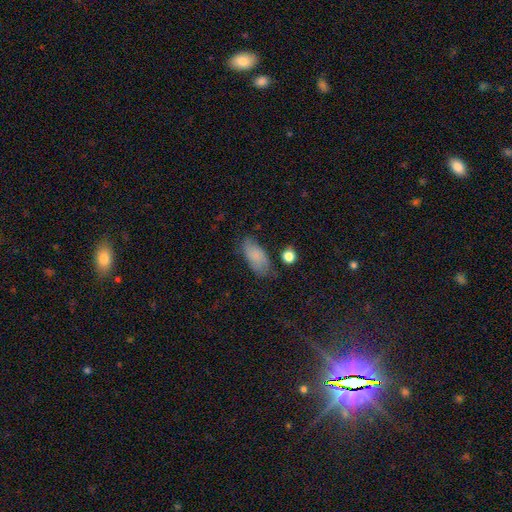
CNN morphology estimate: The model was most divided on "merging": none: 65%, minor disturbance: 24%, major disturbance: 7%, merger: 4%. More confident: how rounded — in between (90%); smooth or featured — smooth (81%).